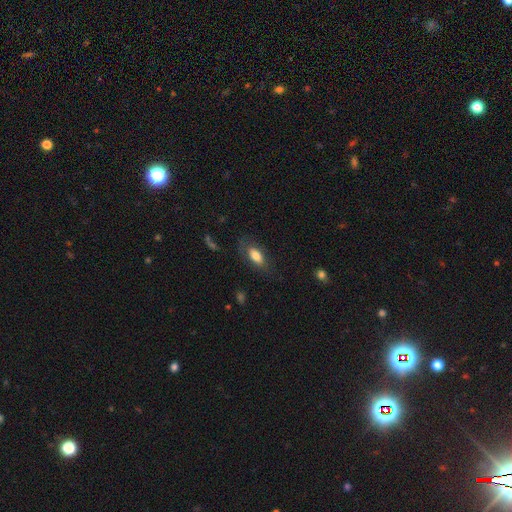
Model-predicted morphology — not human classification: Overall: smooth (74%). How rounded: in between (86%). Merging: none (71%).